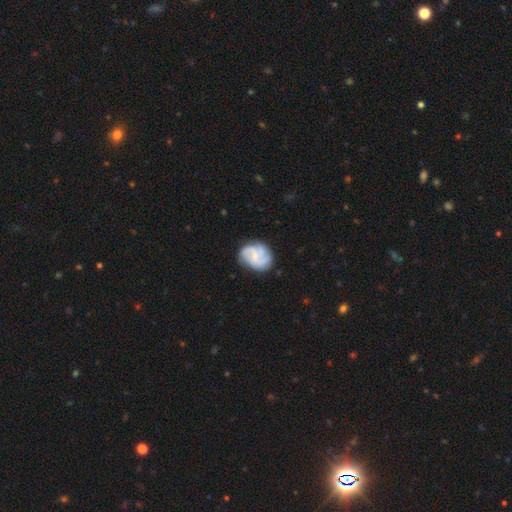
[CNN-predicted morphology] type=featured or disk (72%); edge-on=no (98%); bar=no (54%); spiral arms=yes (92%); winding=medium (46%); arm count=3 (40%); bulge=small (63%); merging=none (70%).